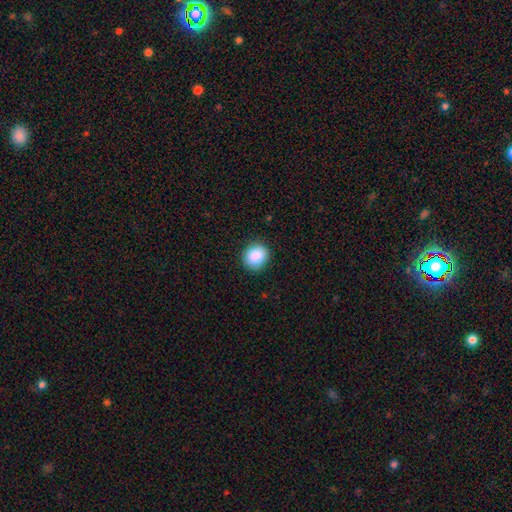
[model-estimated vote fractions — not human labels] smooth_or_featured: smooth (p=0.88) [alt: star or artifact p=0.08]
how_rounded: round (p=0.73) [alt: in between p=0.26]
merging: none (p=0.87) [alt: minor disturbance p=0.10]